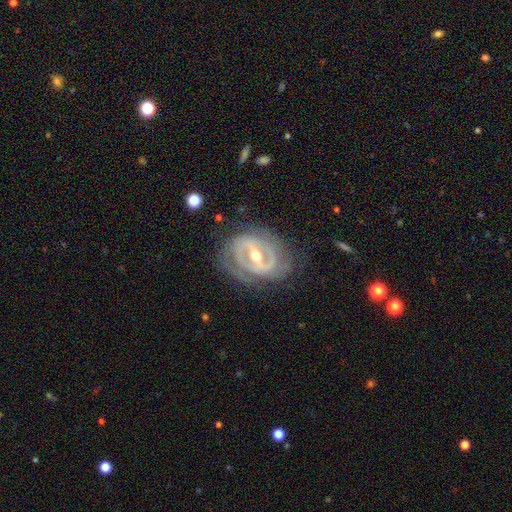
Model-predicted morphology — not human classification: Smooth or featured: featured or disk — 87% (smooth — 8%)
Edge-on disk: no — 95% (yes — 5%)
Bar: strong — 58% (weak — 30%)
Spiral arms: yes — 81% (no — 19%)
Spiral winding: tight — 60% (medium — 30%)
Spiral arm count: 2 — 57% (can't tell — 23%)
Bulge size: moderate — 66% (small — 29%)
Merging: none — 72% (minor disturbance — 17%)